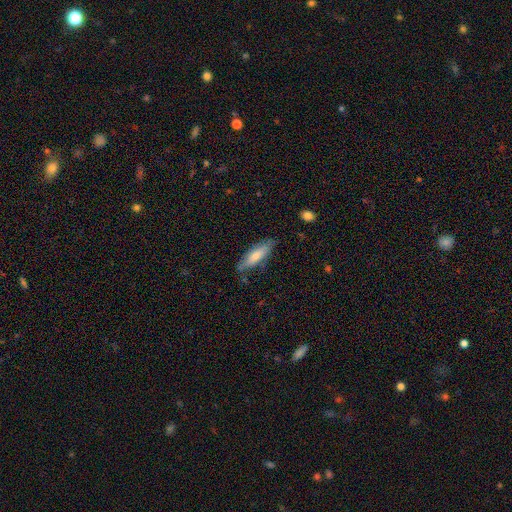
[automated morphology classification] This is likely a smooth galaxy (69%). How rounded: possibly cigar-shaped (51%). Merging: likely none (74%).